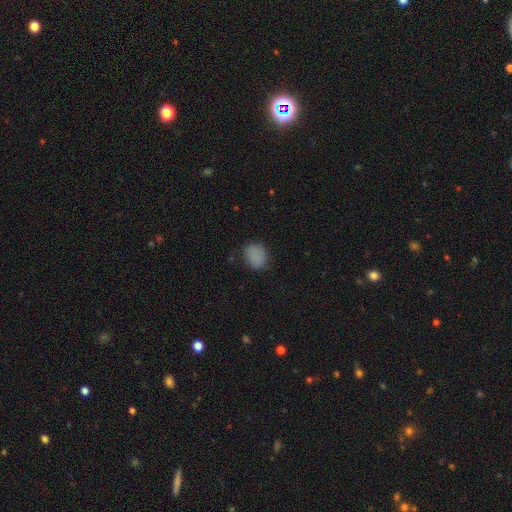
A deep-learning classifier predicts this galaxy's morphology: type=smooth (84%); roundness=round (60%); merging=none (76%).